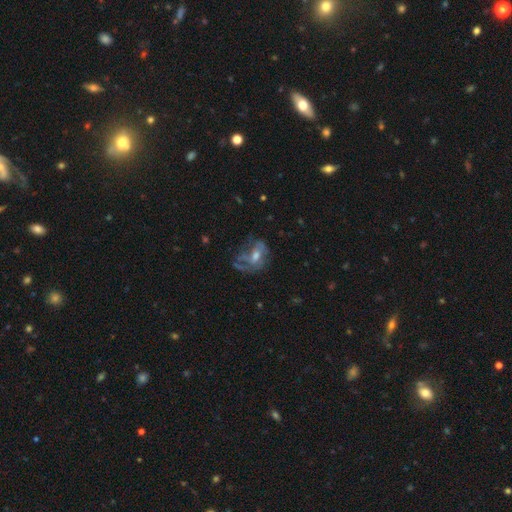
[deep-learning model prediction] Overall: featured or disk (59%; smooth 30%). Edge-on disk: no (95%). Bar: no (57%; weak 33%). Spiral arms: no (60%; yes 40%). Bulge size: moderate (57%; small 28%). Merging: major disturbance (39%; none 36%).